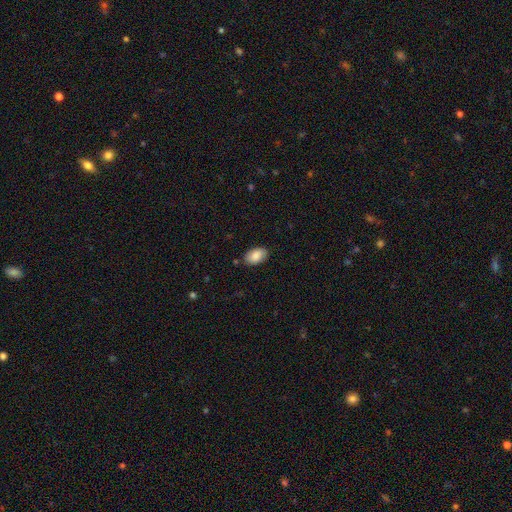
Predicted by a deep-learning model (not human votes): smooth_or_featured: smooth (p=0.87) [alt: star or artifact p=0.07]
how_rounded: in between (p=0.93) [alt: round p=0.06]
merging: none (p=0.85) [alt: minor disturbance p=0.11]